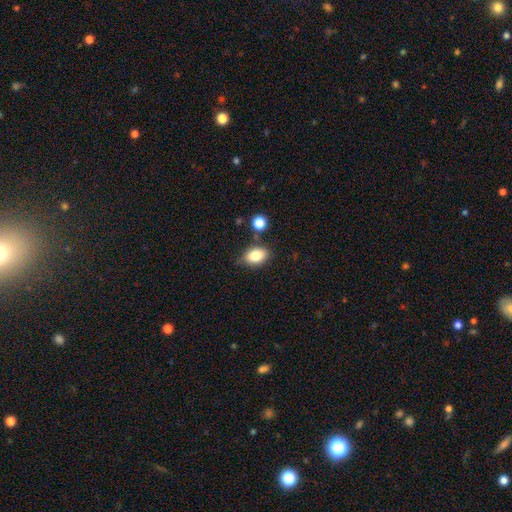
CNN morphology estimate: Smooth or featured? smooth (82%)
How rounded? in between (81%)
Merging? none (70%)